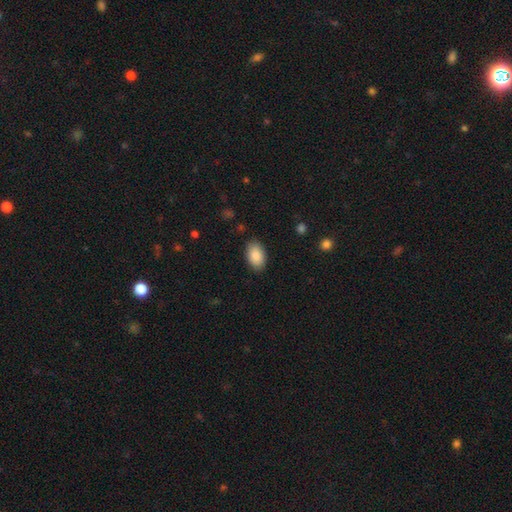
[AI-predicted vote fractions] A smooth galaxy with no disk features (89%) that is in between round and cigar-shaped (93%).

Vote fractions:
- Smooth or featured? smooth: 89% / star or artifact: 6% / featured or disk: 5%
- How rounded? in between: 93% / round: 6% / cigar-shaped: 1%
- Merging? none: 86% / minor disturbance: 10% / major disturbance: 3% / merger: 1%